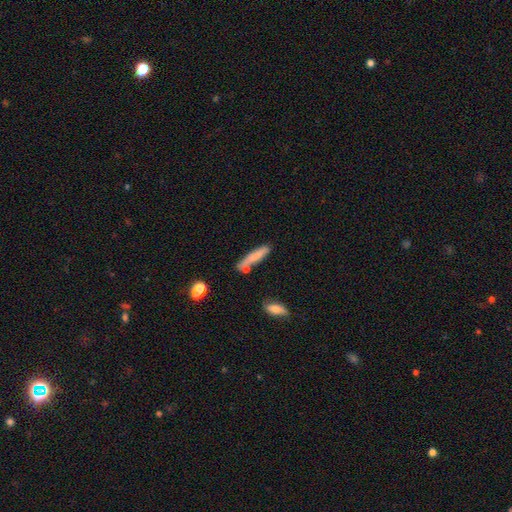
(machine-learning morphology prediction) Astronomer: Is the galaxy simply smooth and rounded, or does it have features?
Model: smooth — 75%.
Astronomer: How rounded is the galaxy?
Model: cigar-shaped — 85%.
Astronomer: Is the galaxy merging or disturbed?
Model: none — 65%.